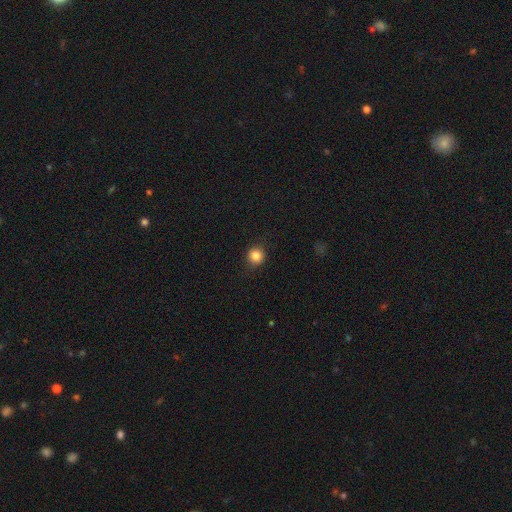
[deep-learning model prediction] Q: Smooth or featured?
A: smooth (84%); runner-up: star or artifact (11%)
Q: How rounded?
A: round (92%); runner-up: in between (7%)
Q: Merging?
A: none (88%); runner-up: minor disturbance (9%)